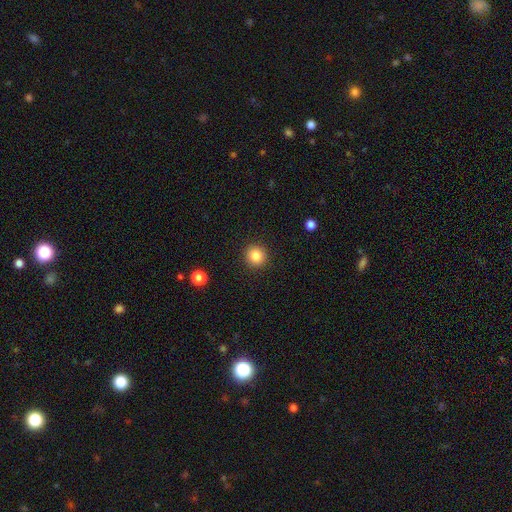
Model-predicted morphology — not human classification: Smooth or featured: smooth — 84% (star or artifact — 10%)
How rounded: round — 94% (in between — 5%)
Merging: none — 92% (minor disturbance — 5%)